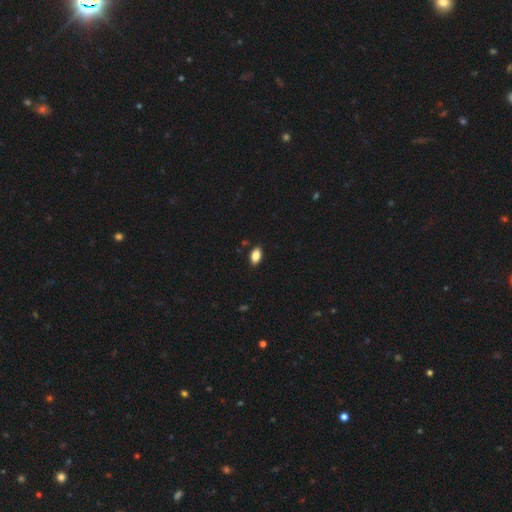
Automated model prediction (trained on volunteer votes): Morphology: type=smooth (85%); roundness=in between (92%); merging=none (88%).